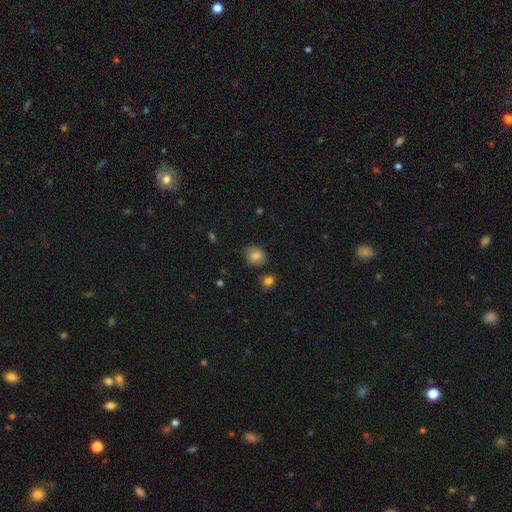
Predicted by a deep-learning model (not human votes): Q: Smooth or featured?
A: smooth (80%); runner-up: star or artifact (10%)
Q: How rounded?
A: round (68%); runner-up: in between (31%)
Q: Merging?
A: none (82%); runner-up: minor disturbance (12%)